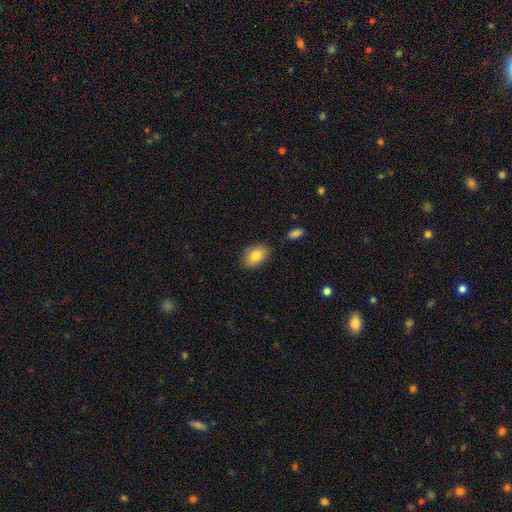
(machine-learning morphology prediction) Smooth or featured: smooth — 82% (featured or disk — 11%)
How rounded: in between — 85% (round — 14%)
Merging: none — 83% (minor disturbance — 12%)